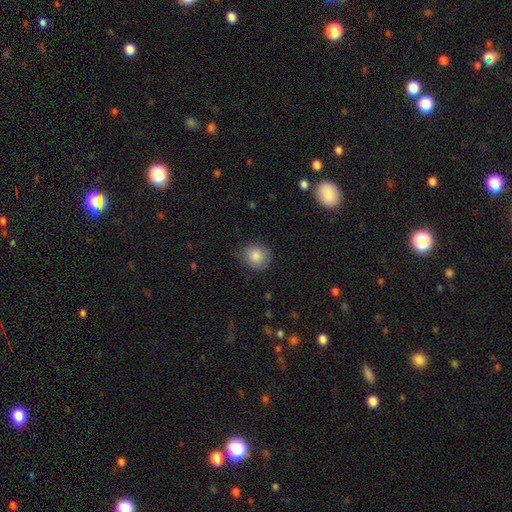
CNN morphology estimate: Q: Smooth or featured?
A: smooth (85%); runner-up: star or artifact (8%)
Q: How rounded?
A: round (82%); runner-up: in between (17%)
Q: Merging?
A: none (70%); runner-up: minor disturbance (24%)